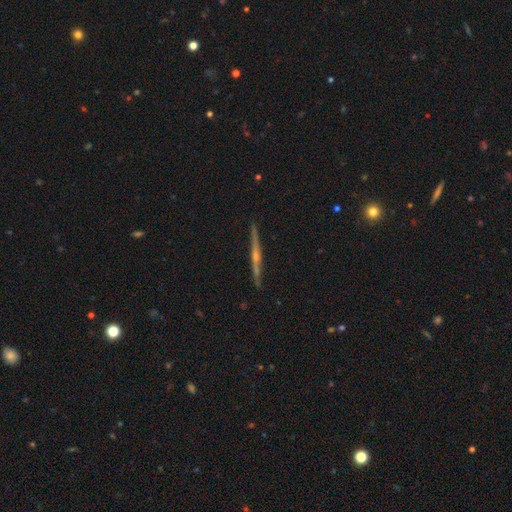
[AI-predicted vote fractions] A featured or disk galaxy (80%) viewed edge-on (98%) with a rounded central bulge (76%). Merging: none (90%).